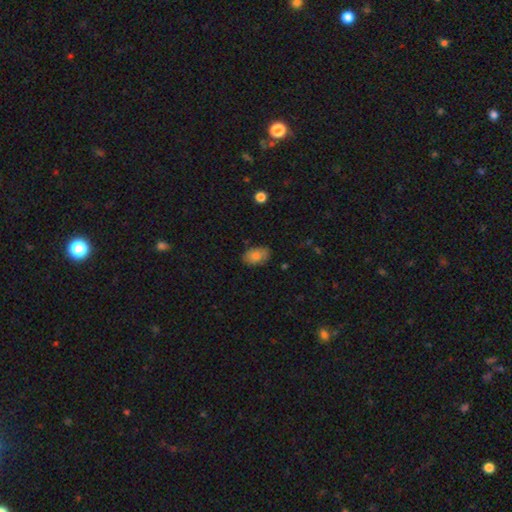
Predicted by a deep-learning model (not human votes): Morphology: type=smooth (80%); roundness=in between (88%); merging=none (82%).